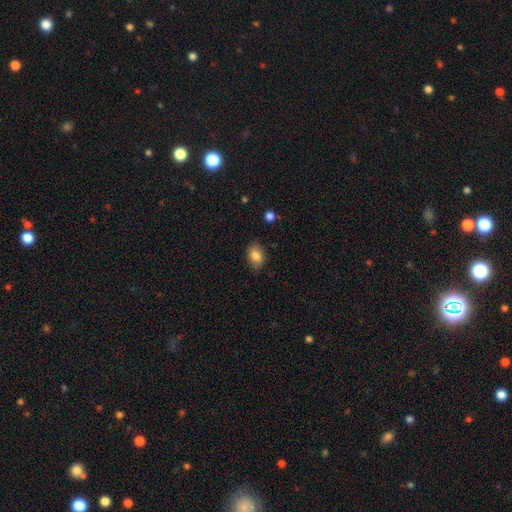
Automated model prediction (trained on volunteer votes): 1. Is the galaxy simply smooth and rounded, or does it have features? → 83% smooth, 9% star or artifact, 8% featured or disk.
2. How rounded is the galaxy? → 76% in between, 23% round, 1% cigar-shaped.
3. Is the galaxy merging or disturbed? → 82% none, 14% minor disturbance, 3% major disturbance, 1% merger.